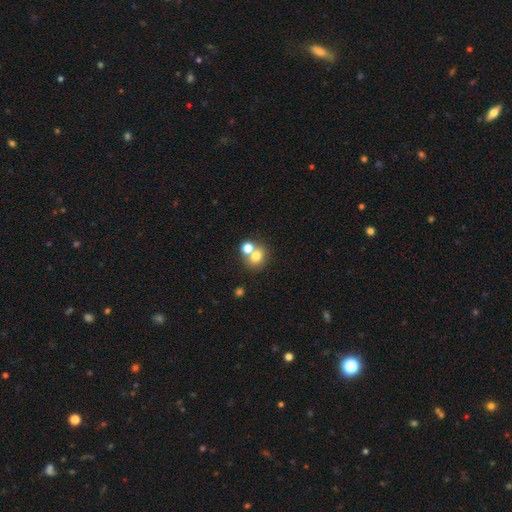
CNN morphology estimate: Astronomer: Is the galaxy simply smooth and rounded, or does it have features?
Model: smooth — 73%.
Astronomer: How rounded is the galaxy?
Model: round — 71%.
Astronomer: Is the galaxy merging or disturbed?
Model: none — 47% (runner-up: merger, 43%).